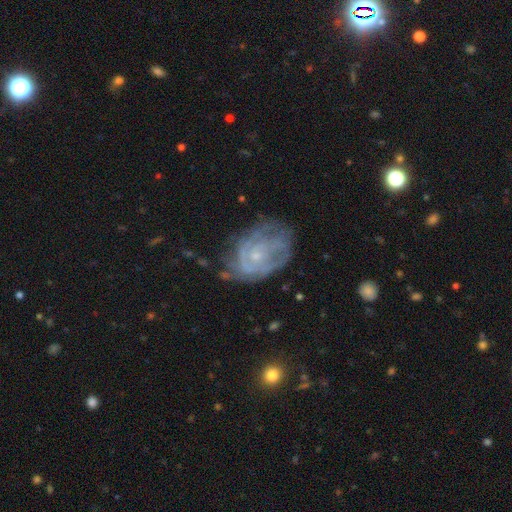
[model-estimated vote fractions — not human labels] This appears to be a featured or disk galaxy (77%) with no bar (76%), tight (59%) spiral arms (83%) and a small central bulge (75%). Merging: none (55%).